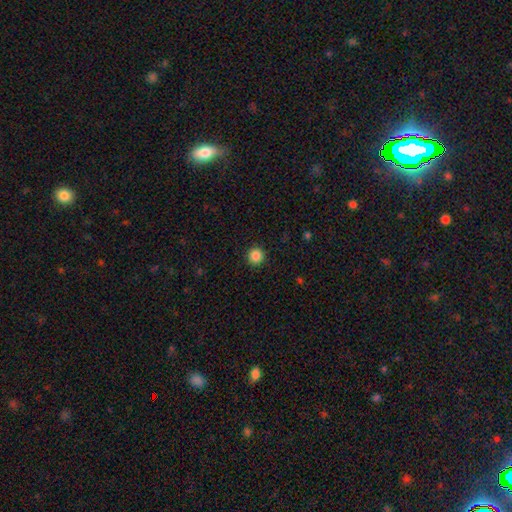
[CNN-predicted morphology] A smooth galaxy with no disk features (85%) that is round (95%).

Vote fractions:
- Smooth or featured? smooth: 85% / star or artifact: 11% / featured or disk: 3%
- How rounded? round: 95% / in between: 4% / cigar-shaped: 1%
- Merging? none: 93% / minor disturbance: 5% / major disturbance: 2% / merger: 1%